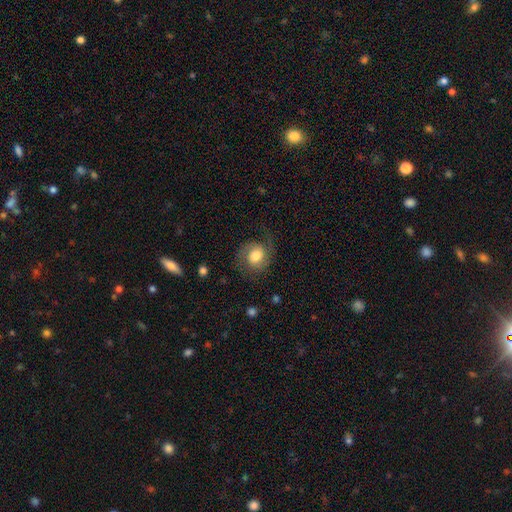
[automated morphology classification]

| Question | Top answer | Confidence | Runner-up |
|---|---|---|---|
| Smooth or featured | featured or disk | 57% | smooth (35%) |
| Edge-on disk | no | 98% | yes (2%) |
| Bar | no | 65% | weak (30%) |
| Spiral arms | yes | 91% | no (9%) |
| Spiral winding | medium | 46% | loose (30%) |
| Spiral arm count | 2 | 78% | 1 (13%) |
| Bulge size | moderate | 50% | large (35%) |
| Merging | none | 65% | minor disturbance (18%) |